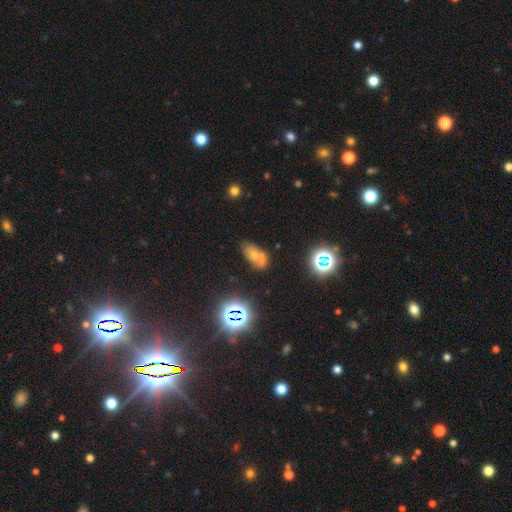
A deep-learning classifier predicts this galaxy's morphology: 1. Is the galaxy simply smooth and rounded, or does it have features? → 50% smooth, 27% featured or disk, 24% star or artifact.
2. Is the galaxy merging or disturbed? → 43% none, 34% merger, 16% minor disturbance, 8% major disturbance.